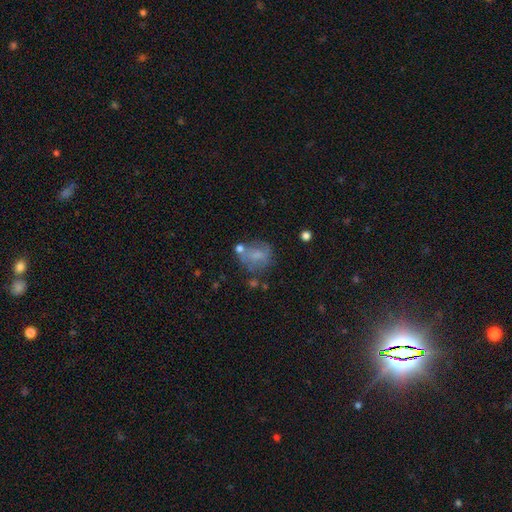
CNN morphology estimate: A smooth galaxy with no disk features (56%) that is round (59%). Merging: none (47%).